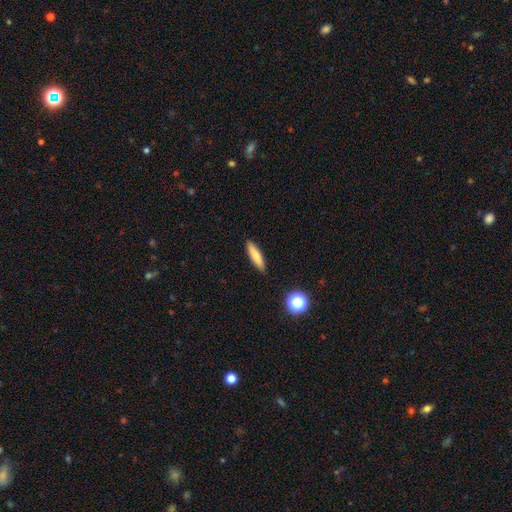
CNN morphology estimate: Q: Smooth or featured?
A: smooth (75%); runner-up: featured or disk (17%)
Q: How rounded?
A: cigar-shaped (79%); runner-up: in between (19%)
Q: Merging?
A: none (89%); runner-up: minor disturbance (8%)